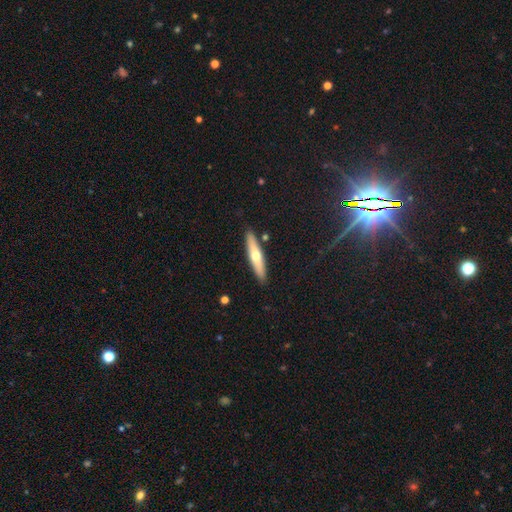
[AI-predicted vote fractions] Smooth or featured: smooth — 51% (featured or disk — 43%)
How rounded: cigar-shaped — 82% (in between — 16%)
Merging: none — 88% (minor disturbance — 8%)